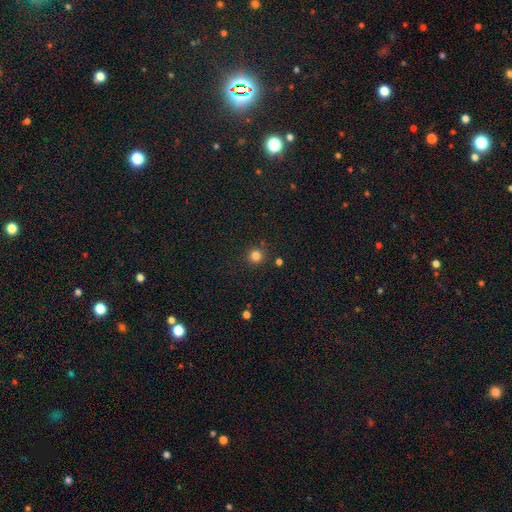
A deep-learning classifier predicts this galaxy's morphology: Smooth or featured? smooth (81%)
How rounded? round (94%)
Merging? none (88%)